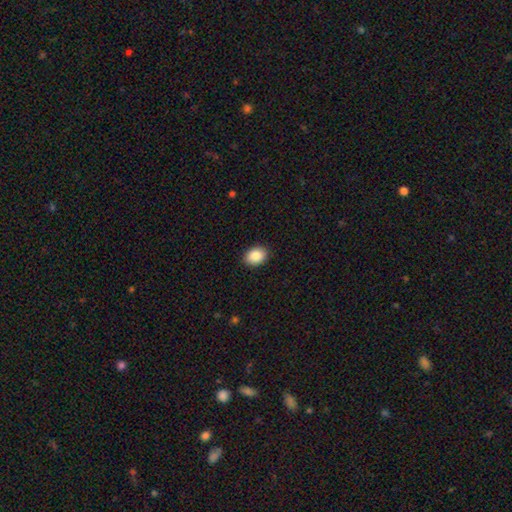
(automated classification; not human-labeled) A smooth galaxy with no disk features (88%) that is in between round and cigar-shaped (73%). Merging: none (90%).